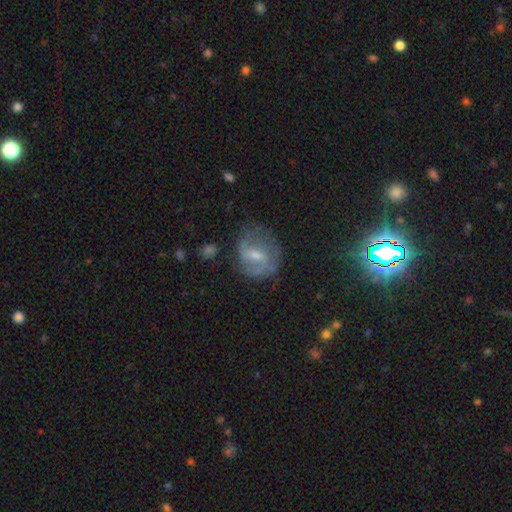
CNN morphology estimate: Overall: featured or disk (61%; smooth 30%). Edge-on disk: no (96%). Bar: weak (55%; no 24%). Spiral arms: yes (75%). Bulge size: moderate (48%; small 42%). Merging: none (59%; minor disturbance 24%).